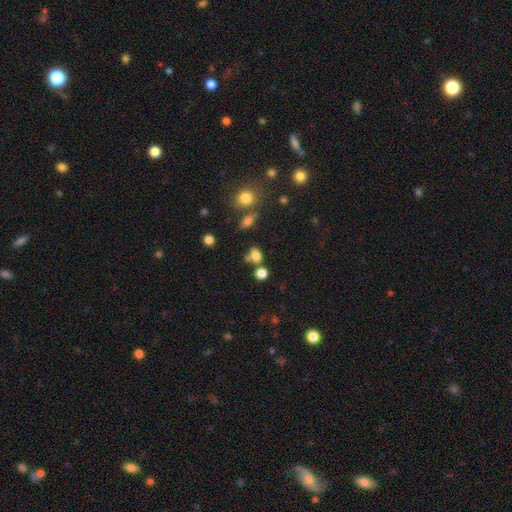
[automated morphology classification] type=smooth (77%); roundness=in between (65%); merging=none (56%).